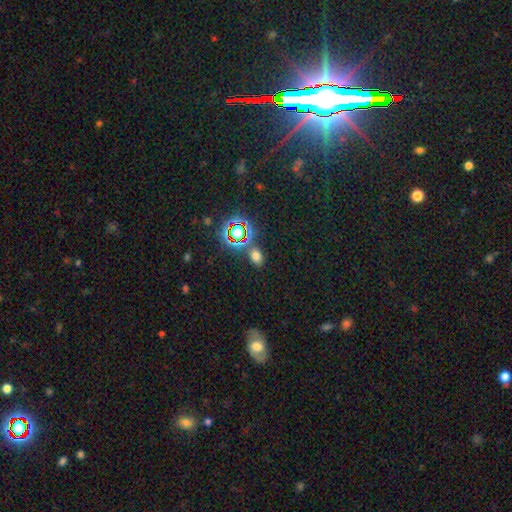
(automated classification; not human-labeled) smooth_or_featured: smooth (p=0.63) [alt: star or artifact p=0.31]
how_rounded: in between (p=0.68) [alt: round p=0.30]
merging: none (p=0.78) [alt: minor disturbance p=0.11]